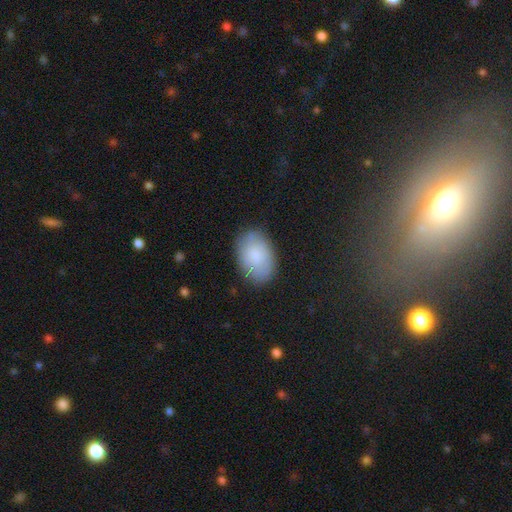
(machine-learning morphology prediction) smooth-or-featured: smooth: 82% | featured or disk: 12% | star or artifact: 7%
  how-rounded: in between: 88% | round: 11% | cigar-shaped: 1%
  merging: none: 82% | minor disturbance: 13% | major disturbance: 3% | merger: 1%